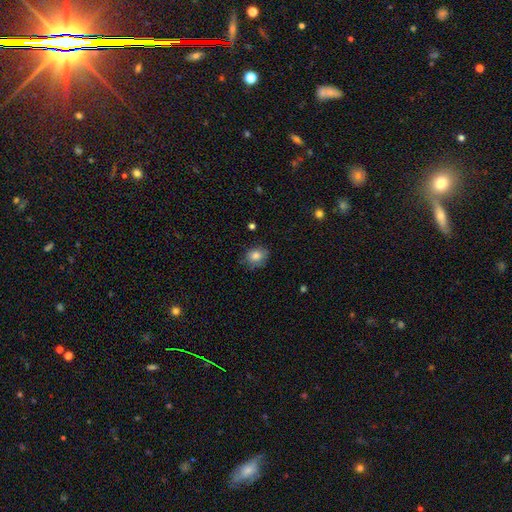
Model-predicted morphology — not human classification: A smooth galaxy with no disk features (82%) that is round (64%). Merging: none (74%).